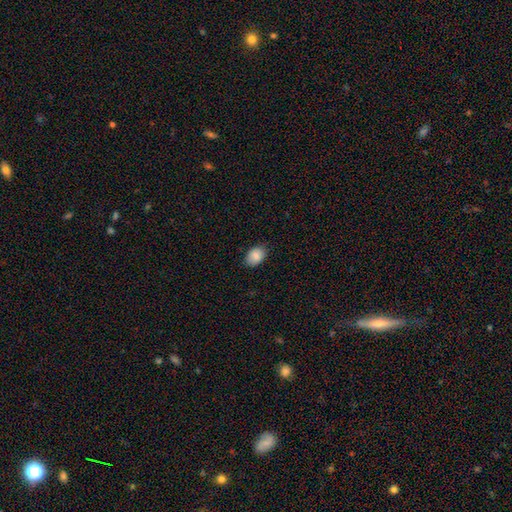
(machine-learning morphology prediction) smooth_or_featured: smooth (p=0.87) [alt: star or artifact p=0.07]
how_rounded: in between (p=0.83) [alt: round p=0.16]
merging: none (p=0.85) [alt: minor disturbance p=0.12]